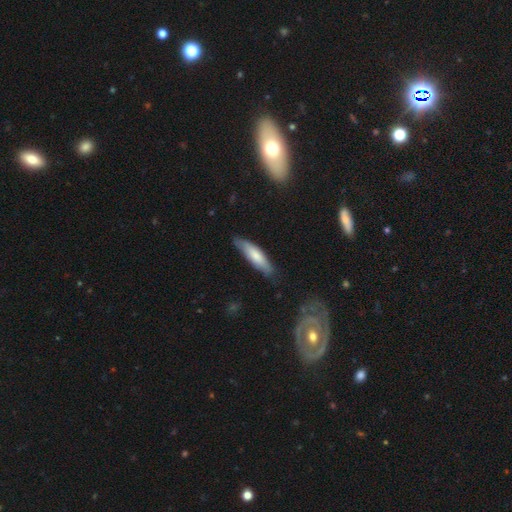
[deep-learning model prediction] Smooth or featured? Predicted: smooth (p=0.71). How rounded? Predicted: cigar-shaped (p=0.65). Merging? Predicted: none (p=0.76).